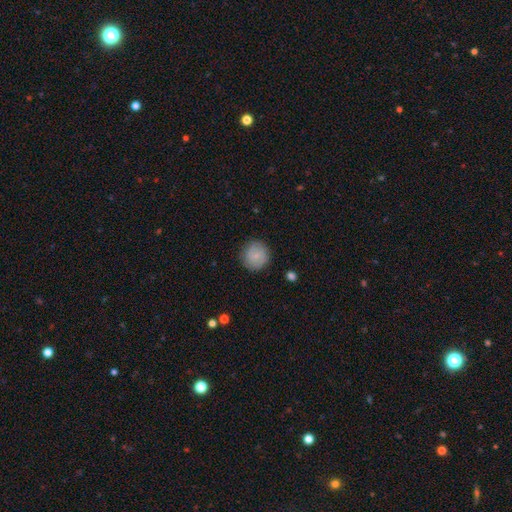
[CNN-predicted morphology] A smooth galaxy with no disk features (70%) that is round (93%).

Vote fractions:
- Smooth or featured? smooth: 70% / featured or disk: 23% / star or artifact: 7%
- How rounded? round: 93% / in between: 6% / cigar-shaped: 1%
- Merging? none: 86% / minor disturbance: 10% / major disturbance: 3% / merger: 1%